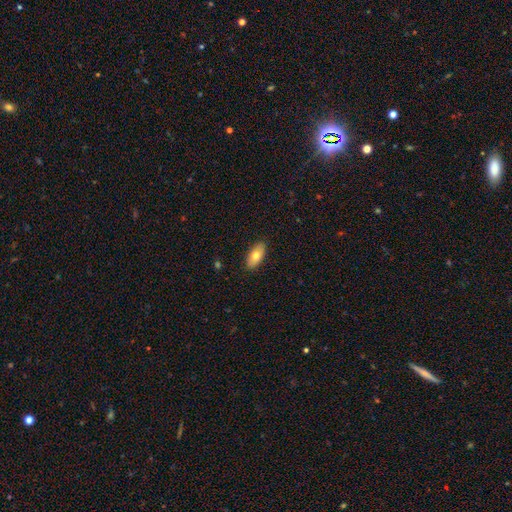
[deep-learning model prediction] Smooth or featured? Predicted: smooth (p=0.73). How rounded? Predicted: in between (p=0.86). Merging? Predicted: none (p=0.89).